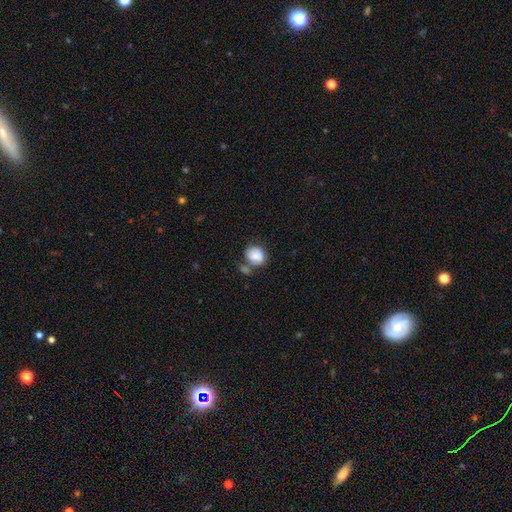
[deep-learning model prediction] A smooth galaxy with no disk features (82%) that is round (57%). Merging: none (45%).